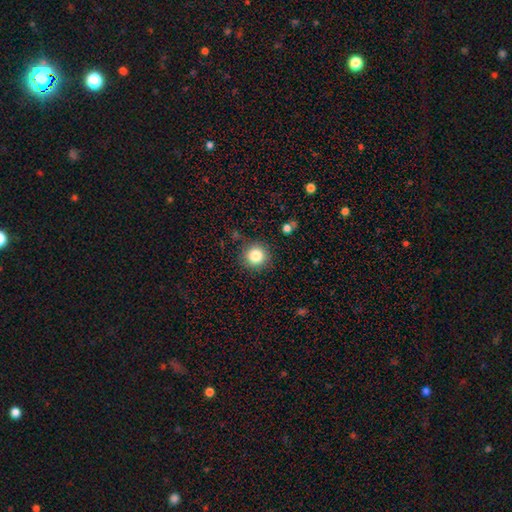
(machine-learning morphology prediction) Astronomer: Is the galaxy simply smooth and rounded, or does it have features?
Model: smooth — 83%.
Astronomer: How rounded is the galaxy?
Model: round — 94%.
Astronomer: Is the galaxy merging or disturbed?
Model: none — 87%.